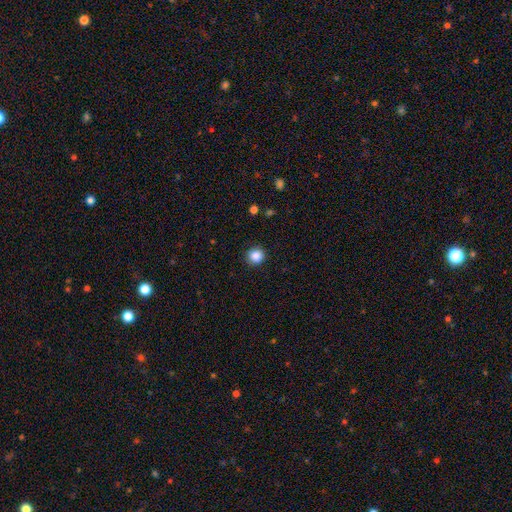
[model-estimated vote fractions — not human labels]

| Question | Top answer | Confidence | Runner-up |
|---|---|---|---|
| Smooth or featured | smooth | 87% | star or artifact (10%) |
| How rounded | round | 92% | in between (7%) |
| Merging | none | 91% | minor disturbance (7%) |